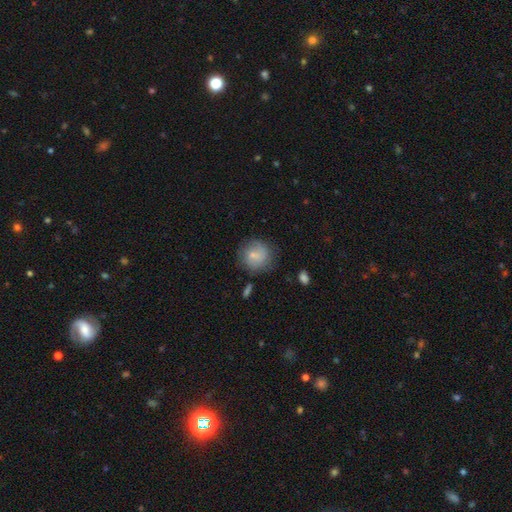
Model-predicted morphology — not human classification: Q: Smooth or featured?
A: smooth (67%); runner-up: featured or disk (26%)
Q: How rounded?
A: round (88%); runner-up: in between (11%)
Q: Merging?
A: none (68%); runner-up: minor disturbance (20%)